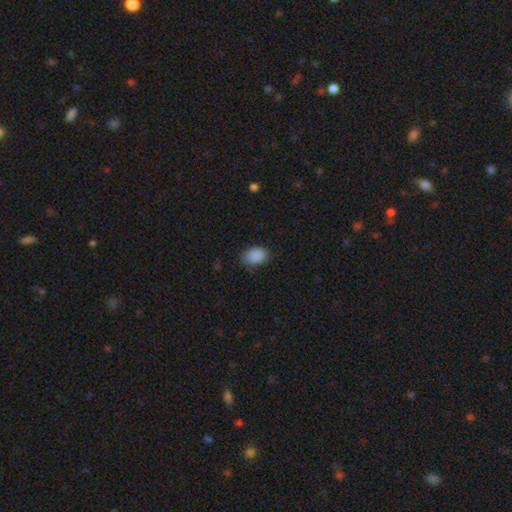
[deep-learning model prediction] Smooth or featured?
  - smooth: 89% *
  - star or artifact: 8%
  - featured or disk: 3%
How rounded?
  - in between: 84% *
  - round: 15%
  - cigar-shaped: 1%
Merging?
  - none: 80% *
  - minor disturbance: 16%
  - major disturbance: 3%
  - merger: 1%